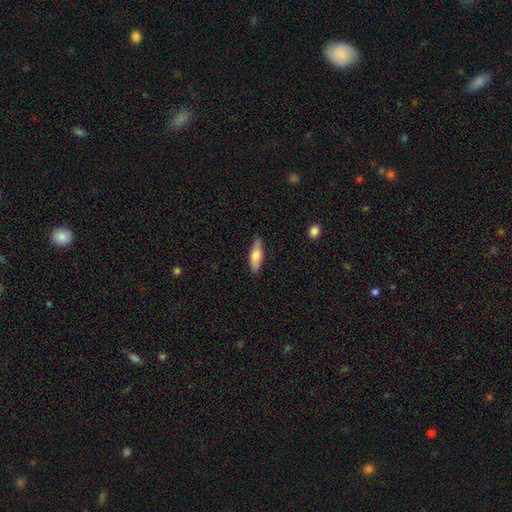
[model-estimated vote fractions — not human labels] smooth 66%, featured or disk 28%, star or artifact 6%. Down the decision tree: how rounded — in between (51%); merging — none (84%).